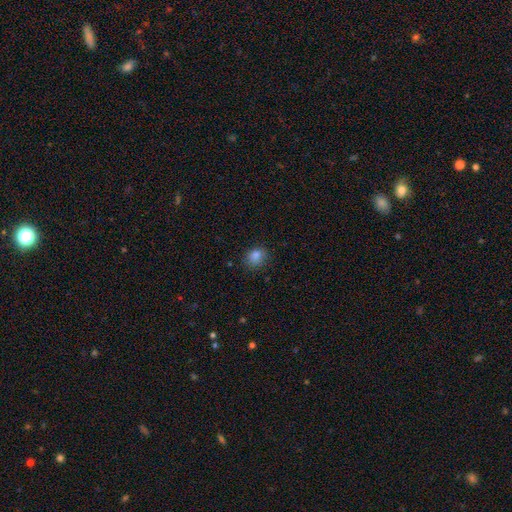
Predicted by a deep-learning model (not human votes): Morphology: type=smooth (83%); roundness=round (56%); merging=none (77%).